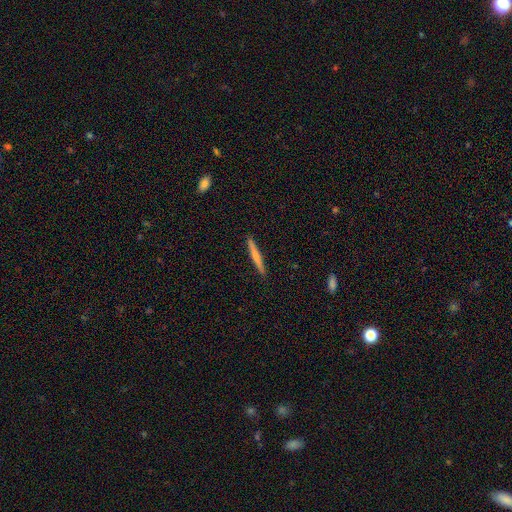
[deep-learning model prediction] This appears to be a smooth galaxy with no disk features (62%) that is cigar-shaped (96%). Merging: none (91%).